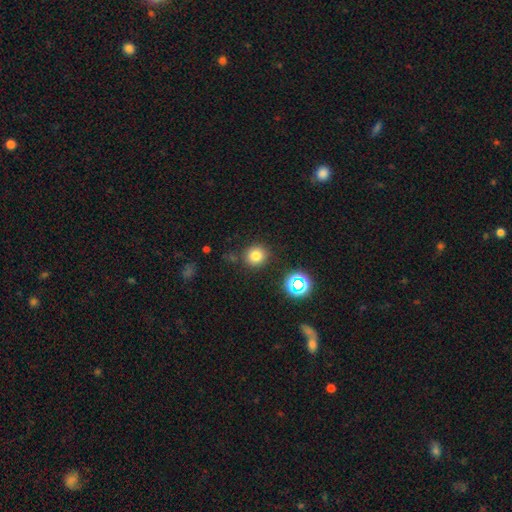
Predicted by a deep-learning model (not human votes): smooth_or_featured: smooth (p=0.75) [alt: star or artifact p=0.18]
how_rounded: round (p=0.91) [alt: in between p=0.08]
merging: none (p=0.85) [alt: minor disturbance p=0.09]